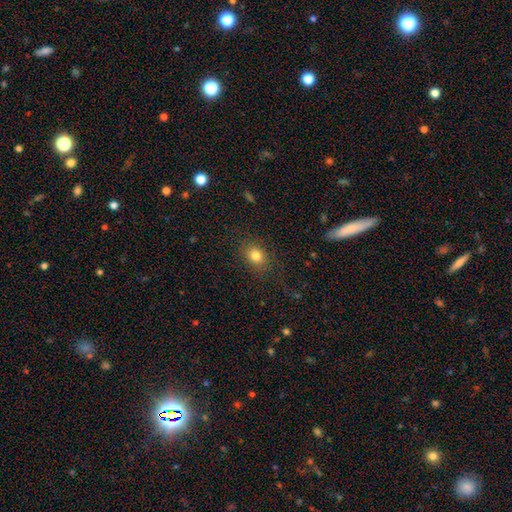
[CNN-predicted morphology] smooth-or-featured: smooth: 81% | star or artifact: 12% | featured or disk: 7%
  how-rounded: round: 52% | in between: 47% | cigar-shaped: 1%
  merging: none: 82% | minor disturbance: 11% | major disturbance: 6% | merger: 1%